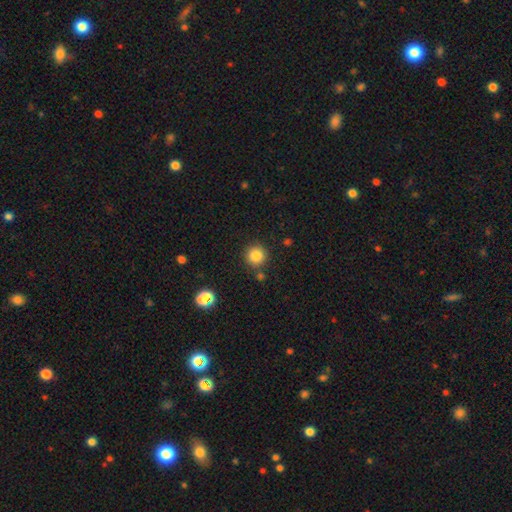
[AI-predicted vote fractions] A smooth galaxy with no disk features (84%) that is round (94%).

Vote fractions:
- Smooth or featured? smooth: 84% / star or artifact: 11% / featured or disk: 5%
- How rounded? round: 94% / in between: 5% / cigar-shaped: 1%
- Merging? none: 85% / minor disturbance: 7% / merger: 5% / major disturbance: 2%